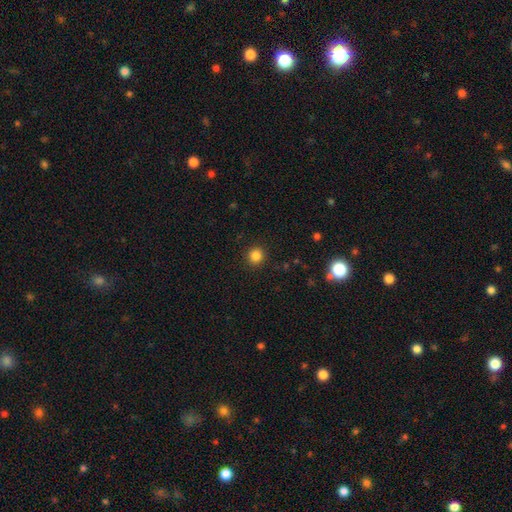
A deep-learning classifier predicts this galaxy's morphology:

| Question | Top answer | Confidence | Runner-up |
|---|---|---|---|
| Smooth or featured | smooth | 84% | star or artifact (12%) |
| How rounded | round | 93% | in between (6%) |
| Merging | none | 92% | minor disturbance (5%) |